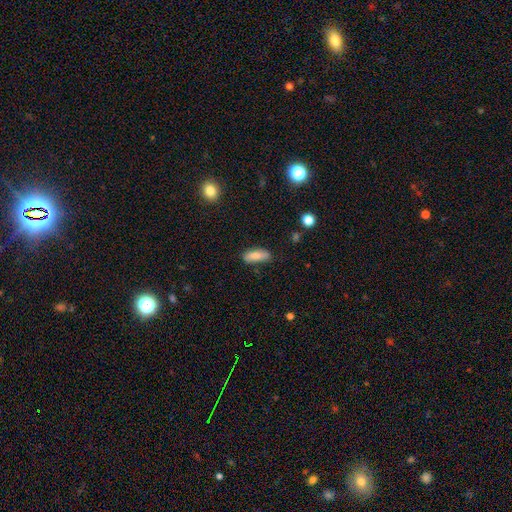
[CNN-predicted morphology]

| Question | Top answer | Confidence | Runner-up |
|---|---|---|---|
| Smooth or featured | smooth | 83% | featured or disk (10%) |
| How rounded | in between | 72% | cigar-shaped (25%) |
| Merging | none | 76% | minor disturbance (18%) |